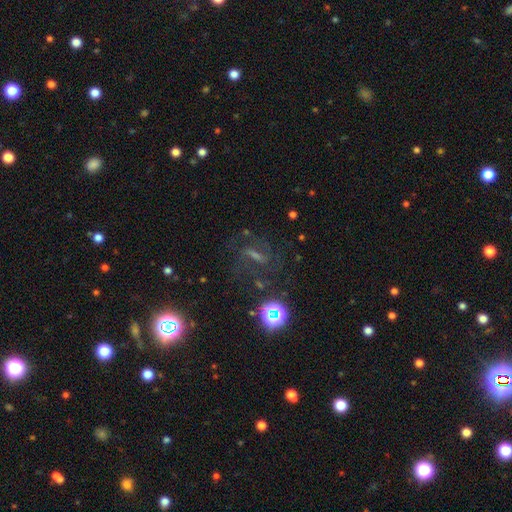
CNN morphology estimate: featured or disk 47%, star or artifact 33%, smooth 20%. Down the decision tree: merging — none (70%).